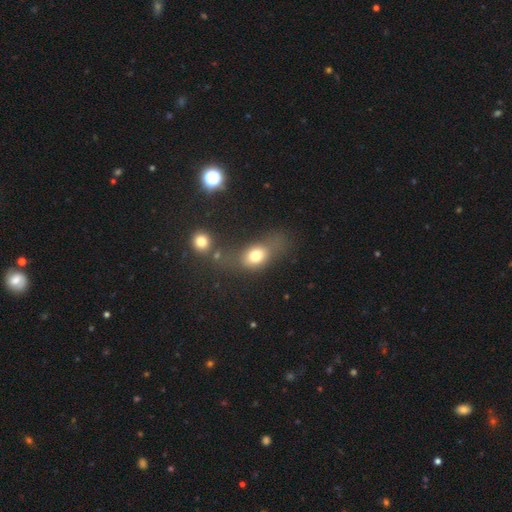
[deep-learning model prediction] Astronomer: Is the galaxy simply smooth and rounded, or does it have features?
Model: smooth — 74%.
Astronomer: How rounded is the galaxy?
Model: in between — 64%.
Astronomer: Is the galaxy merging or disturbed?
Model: none — 43% (runner-up: minor disturbance, 21%).